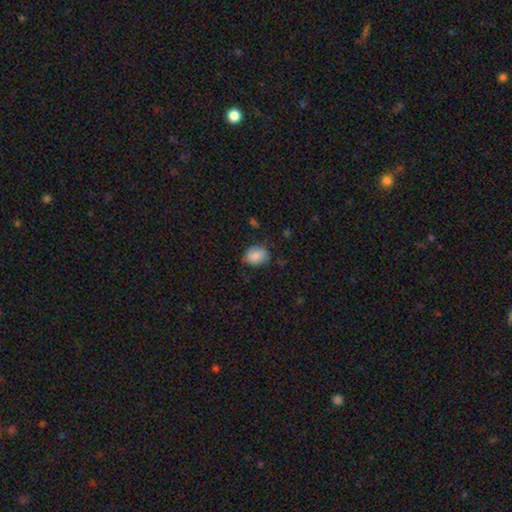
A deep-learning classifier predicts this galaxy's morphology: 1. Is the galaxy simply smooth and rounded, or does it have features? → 82% smooth, 10% featured or disk, 8% star or artifact.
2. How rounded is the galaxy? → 54% in between, 45% round, 1% cigar-shaped.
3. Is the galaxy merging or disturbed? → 69% none, 25% minor disturbance, 5% major disturbance, 1% merger.